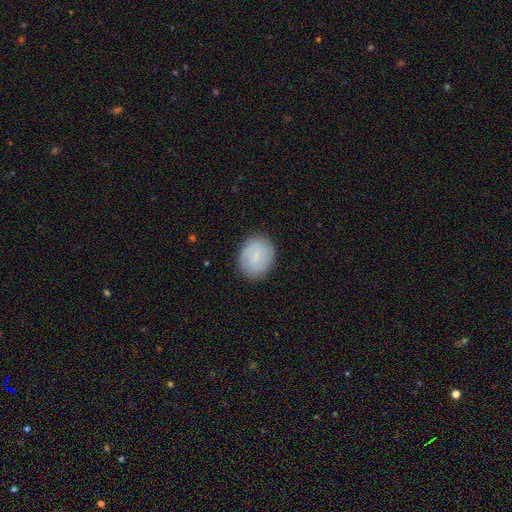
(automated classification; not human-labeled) Smooth or featured: smooth — 77% (featured or disk — 16%)
How rounded: round — 56% (in between — 43%)
Merging: none — 86% (minor disturbance — 10%)